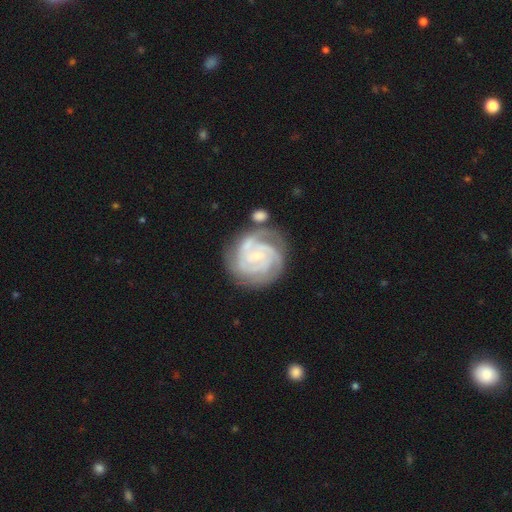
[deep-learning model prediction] smooth_or_featured: featured or disk (p=0.89) [alt: smooth p=0.07]
disk_edge_on: no (p=0.98) [alt: yes p=0.02]
bar: no (p=0.59) [alt: weak p=0.33]
has_spiral_arms: yes (p=0.98) [alt: no p=0.02]
spiral_winding: tight (p=0.71) [alt: medium p=0.25]
spiral_arm_count: 3 (p=0.43) [alt: 4 p=0.19]
bulge_size: small (p=0.76) [alt: moderate p=0.14]
merging: none (p=0.67) [alt: minor disturbance p=0.19]